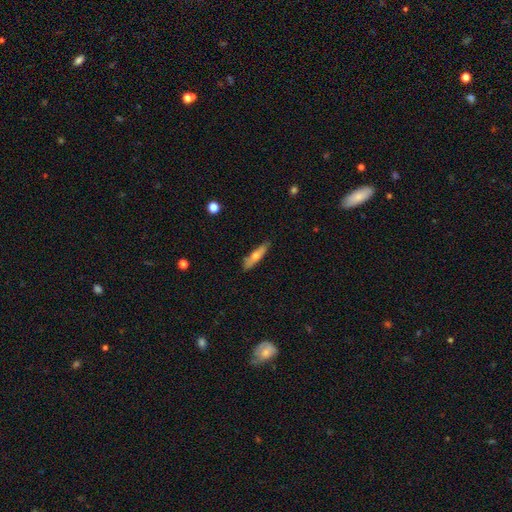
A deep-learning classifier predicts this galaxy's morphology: type=smooth (56%); roundness=cigar-shaped (77%); merging=none (83%).